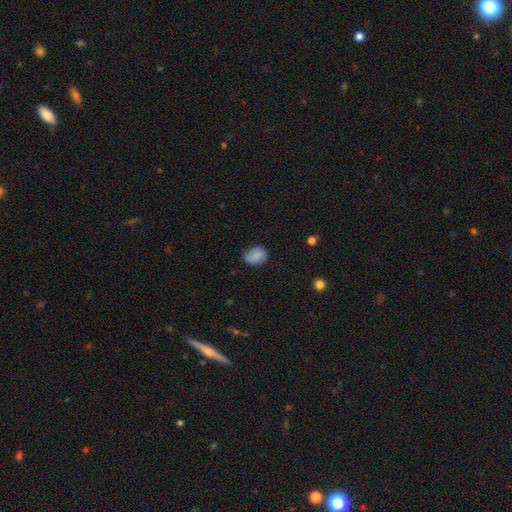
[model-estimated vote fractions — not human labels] This appears to be a smooth galaxy with no disk features (82%) that is in between round and cigar-shaped (63%). Merging: none (74%).